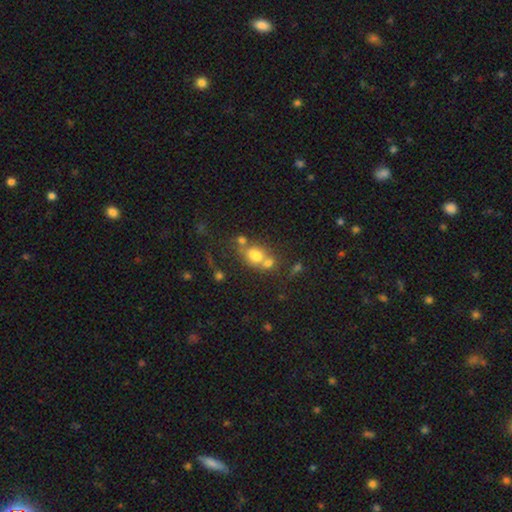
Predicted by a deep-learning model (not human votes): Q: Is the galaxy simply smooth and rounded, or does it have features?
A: smooth — 68%.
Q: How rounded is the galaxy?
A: in between — 50%.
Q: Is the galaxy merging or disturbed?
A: merger — 47%.